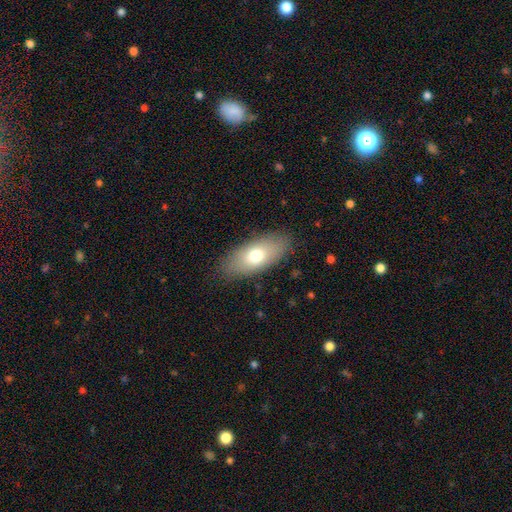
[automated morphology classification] Smooth or featured? smooth (70%)
How rounded? in between (85%)
Merging? none (84%)